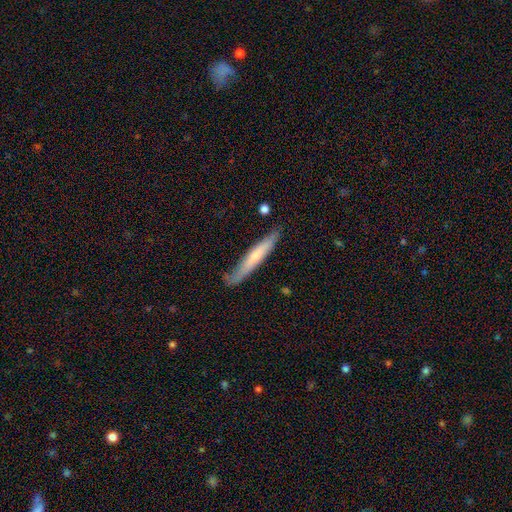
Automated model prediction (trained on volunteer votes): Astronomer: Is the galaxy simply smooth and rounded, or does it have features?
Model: smooth — 57% (runner-up: featured or disk, 38%).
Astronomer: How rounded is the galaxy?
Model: cigar-shaped — 94%.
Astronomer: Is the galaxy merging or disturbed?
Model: none — 74%.